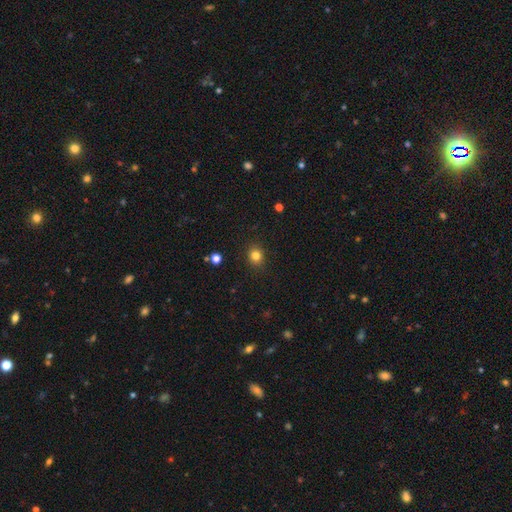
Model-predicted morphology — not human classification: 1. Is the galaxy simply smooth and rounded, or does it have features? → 82% smooth, 13% star or artifact, 5% featured or disk.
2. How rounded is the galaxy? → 77% round, 22% in between, 1% cigar-shaped.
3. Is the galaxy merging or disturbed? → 90% none, 7% minor disturbance, 2% major disturbance, 1% merger.